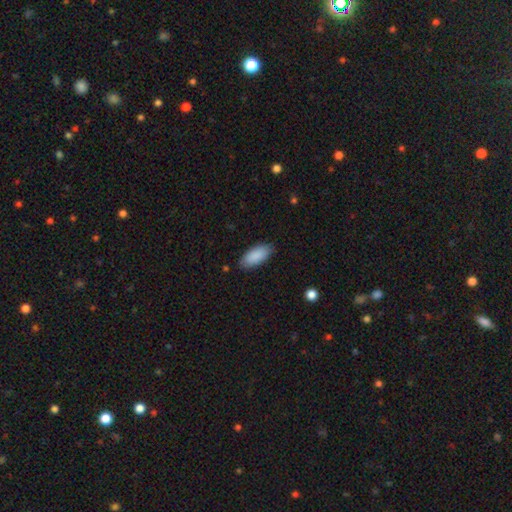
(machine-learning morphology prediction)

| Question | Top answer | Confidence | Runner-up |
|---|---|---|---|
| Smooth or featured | smooth | 89% | star or artifact (6%) |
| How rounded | in between | 85% | cigar-shaped (13%) |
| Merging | none | 84% | minor disturbance (12%) |